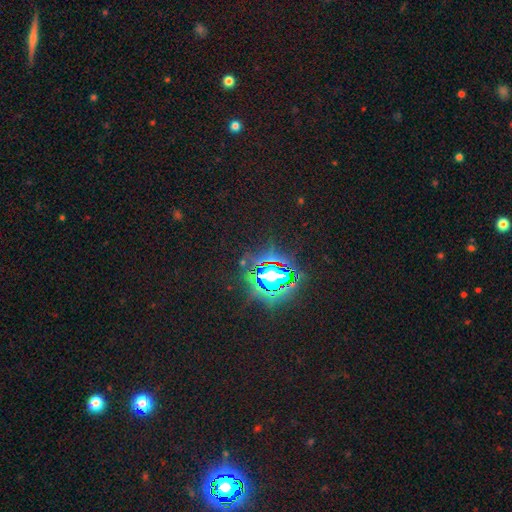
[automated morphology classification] The model was most divided on "smooth or featured": star or artifact: 80%, smooth: 13%, featured or disk: 8%.